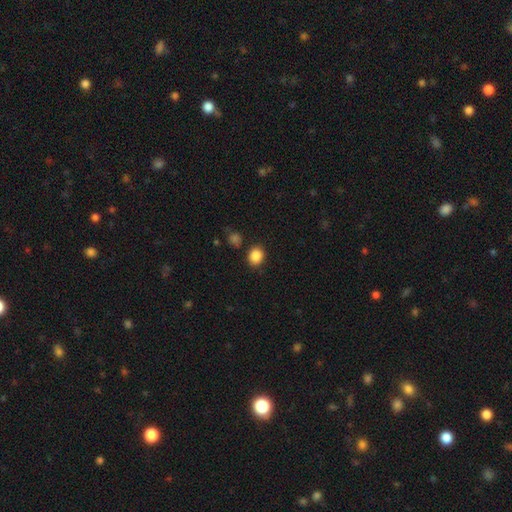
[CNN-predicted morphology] Smooth or featured? Predicted: smooth (p=0.87). How rounded? Predicted: round (p=0.66). Merging? Predicted: none (p=0.84).